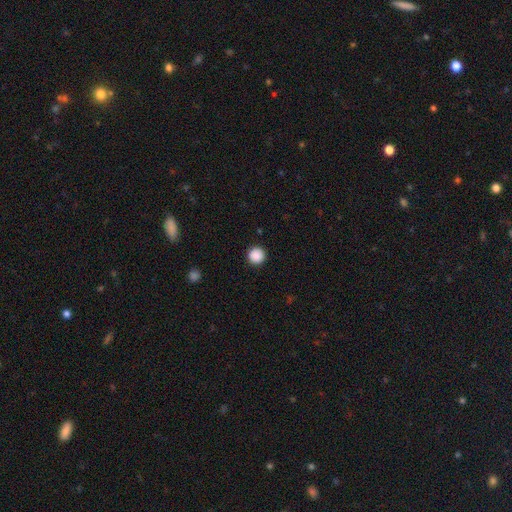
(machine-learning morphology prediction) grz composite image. It shows a smooth galaxy with no disk features (88%) that is round (96%). Merging: none (93%).